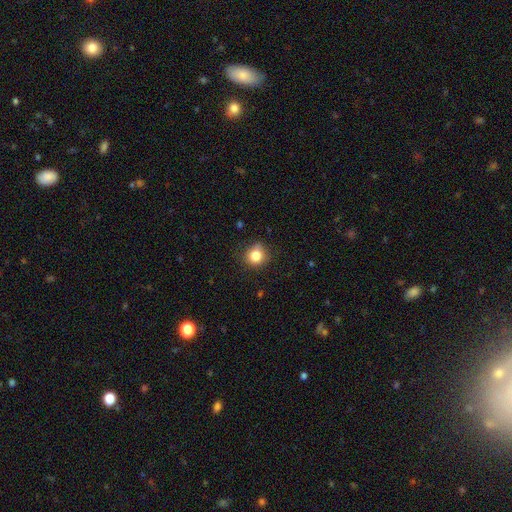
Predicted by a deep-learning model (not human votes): The model was most divided on "merging": none: 79%, minor disturbance: 16%, major disturbance: 3%, merger: 2%. More confident: how rounded — round (86%); smooth or featured — smooth (82%).